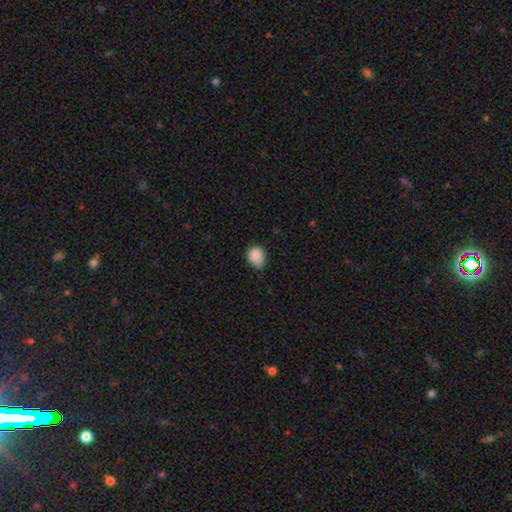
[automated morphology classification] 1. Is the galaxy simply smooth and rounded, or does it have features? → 88% smooth, 9% star or artifact, 4% featured or disk.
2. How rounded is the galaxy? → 51% in between, 48% round, 1% cigar-shaped.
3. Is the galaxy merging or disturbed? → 61% none, 33% minor disturbance, 5% major disturbance, 1% merger.